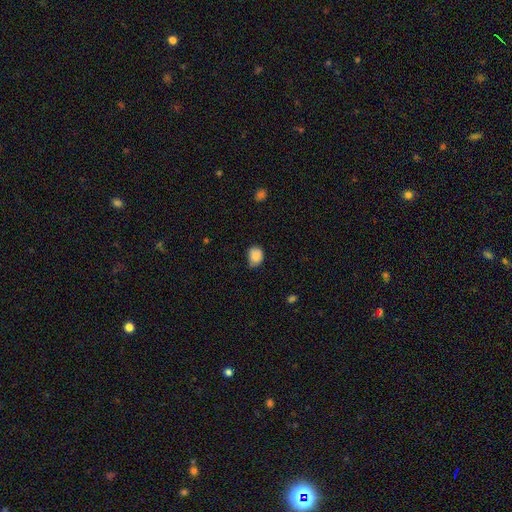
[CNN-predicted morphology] Smooth or featured: smooth — 86% (star or artifact — 9%)
How rounded: round — 54% (in between — 45%)
Merging: none — 63% (minor disturbance — 30%)